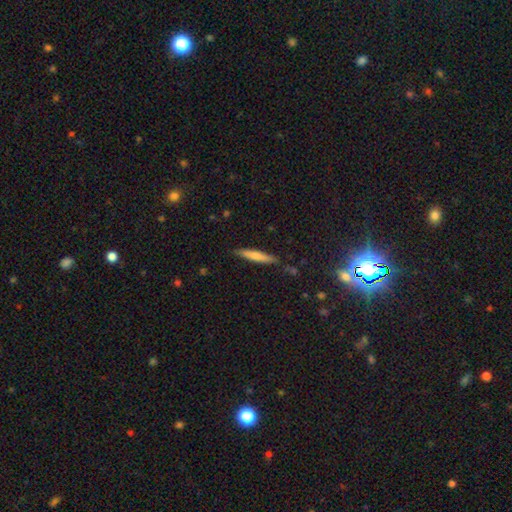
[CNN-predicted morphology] Overall: smooth (68%). How rounded: cigar-shaped (92%). Merging: none (86%).